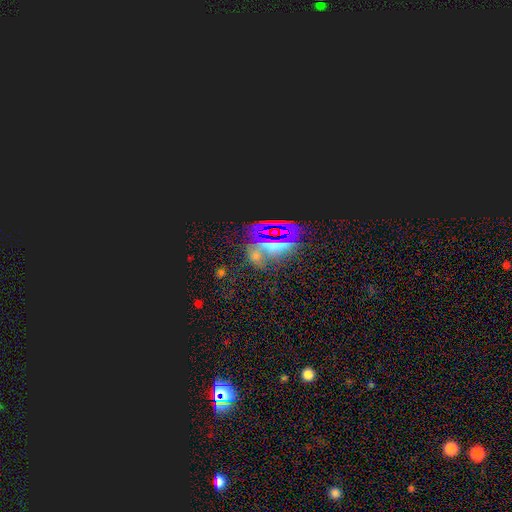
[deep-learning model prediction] smooth_or_featured: star or artifact (p=0.68) [alt: smooth p=0.18]